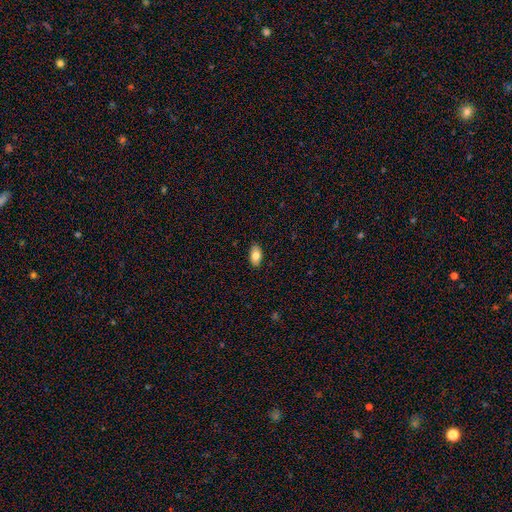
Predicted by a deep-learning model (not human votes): smooth-or-featured: smooth: 81% | featured or disk: 12% | star or artifact: 7%
  how-rounded: in between: 93% | round: 4% | cigar-shaped: 2%
  merging: none: 87% | minor disturbance: 10% | major disturbance: 2% | merger: 1%